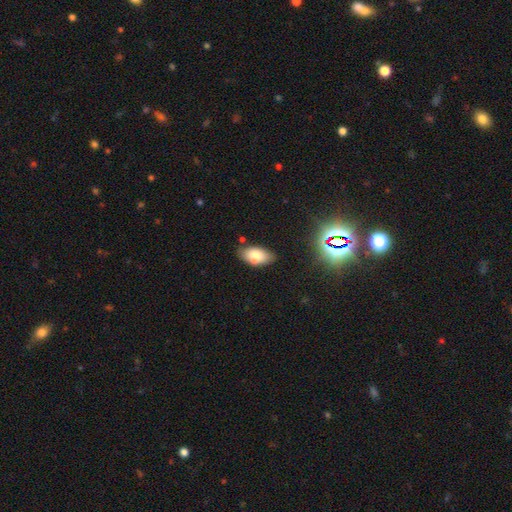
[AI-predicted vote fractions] smooth_or_featured: smooth (p=0.77) [alt: featured or disk p=0.14]
how_rounded: in between (p=0.93) [alt: round p=0.04]
merging: none (p=0.72) [alt: minor disturbance p=0.19]